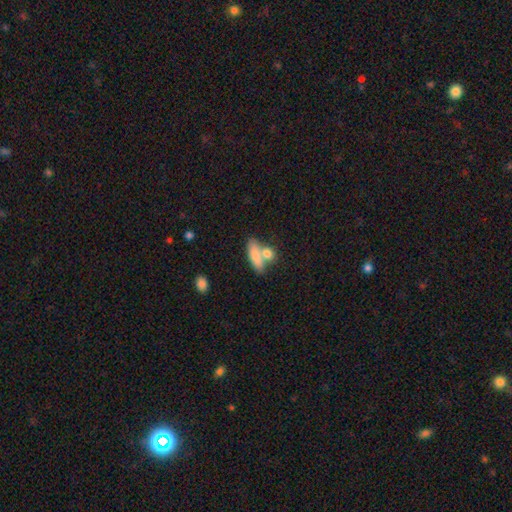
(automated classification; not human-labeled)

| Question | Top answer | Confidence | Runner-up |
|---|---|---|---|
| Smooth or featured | smooth | 79% | featured or disk (15%) |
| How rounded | in between | 57% | cigar-shaped (37%) |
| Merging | none | 45% | merger (39%) |